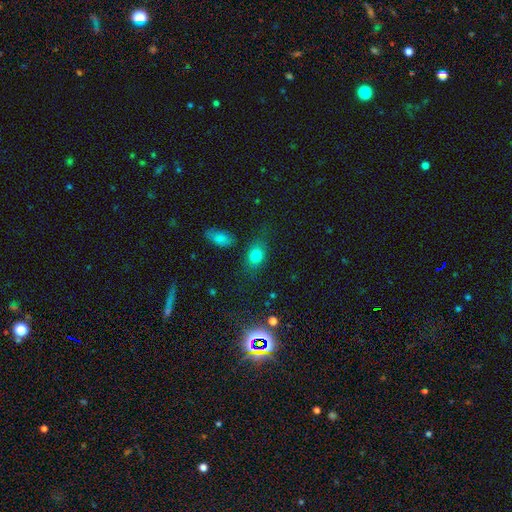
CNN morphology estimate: The model was most divided on "how rounded": in between: 68%, round: 29%, cigar-shaped: 3%. More confident: smooth or featured — smooth (77%); merging — none (71%).